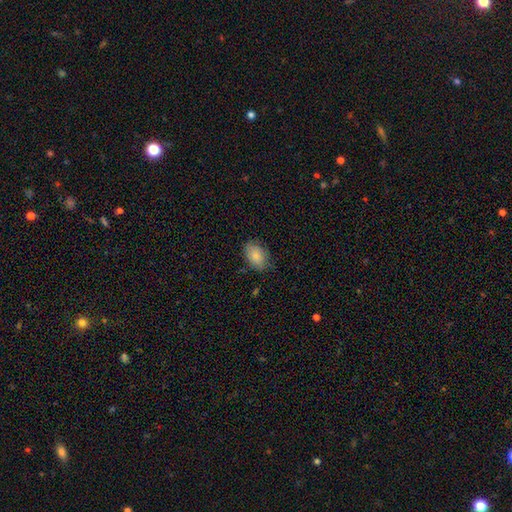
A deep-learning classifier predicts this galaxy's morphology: Smooth or featured? Predicted: smooth (p=0.84). How rounded? Predicted: in between (p=0.86). Merging? Predicted: none (p=0.76).